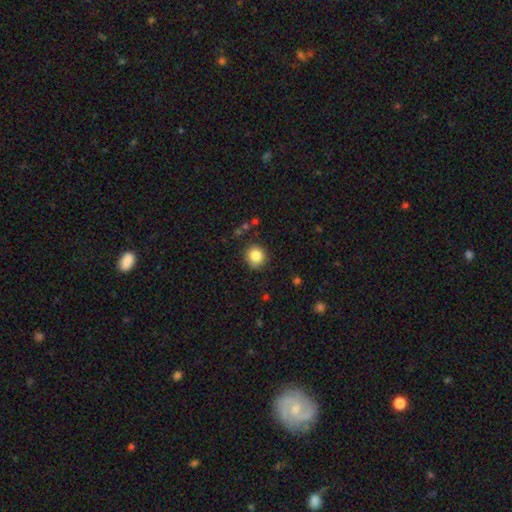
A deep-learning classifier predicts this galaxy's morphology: The model was most divided on "smooth or featured": smooth: 85%, star or artifact: 10%, featured or disk: 5%. More confident: how rounded — round (88%); merging — none (87%).